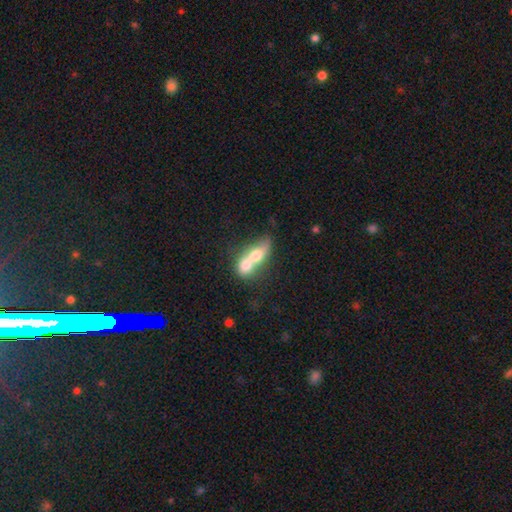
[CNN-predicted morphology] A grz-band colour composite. It shows a smooth galaxy with no disk features (64%) that is in between round and cigar-shaped (61%). Merging: merger (79%).